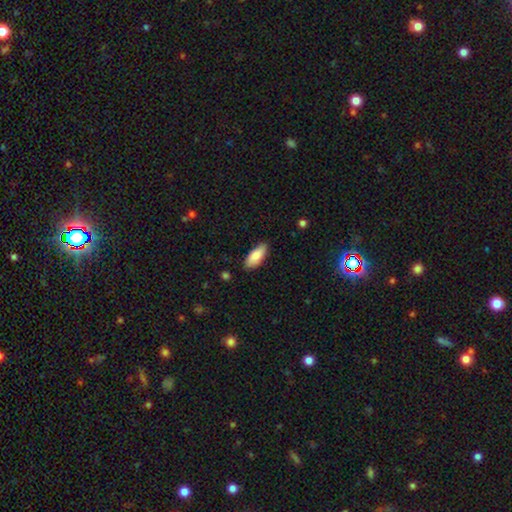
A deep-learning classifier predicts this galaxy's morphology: Overall: smooth (85%). How rounded: in between (84%). Merging: none (84%).